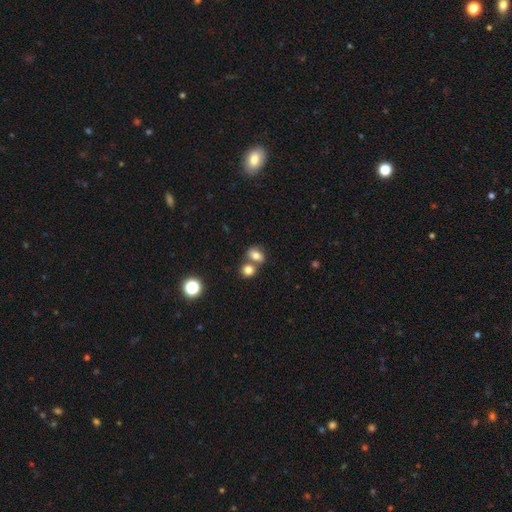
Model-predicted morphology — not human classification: This appears to be a smooth galaxy with no disk features (76%) that is in between round and cigar-shaped (63%). Merging: none (44%).